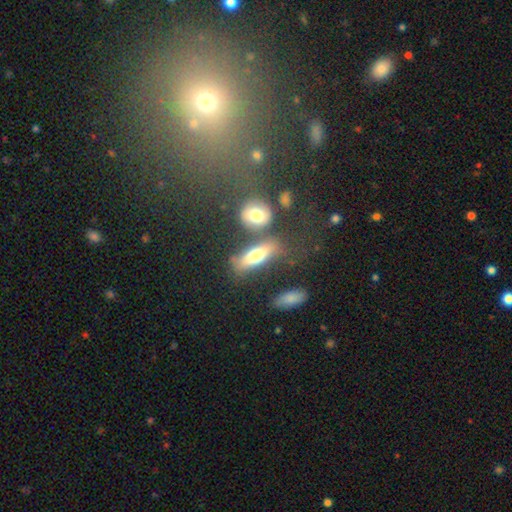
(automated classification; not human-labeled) Overall: smooth (63%; featured or disk 29%). How rounded: in between (59%; cigar-shaped 35%). Merging: none (58%; merger 19%).